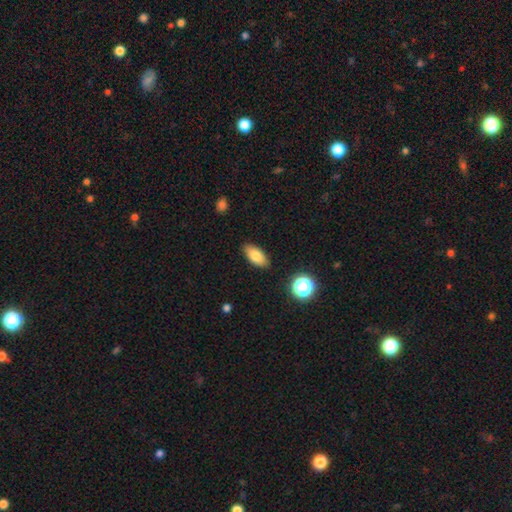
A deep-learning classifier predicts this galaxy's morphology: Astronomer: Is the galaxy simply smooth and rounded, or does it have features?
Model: smooth — 80%.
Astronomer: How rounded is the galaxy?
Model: in between — 88%.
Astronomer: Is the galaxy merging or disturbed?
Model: none — 87%.